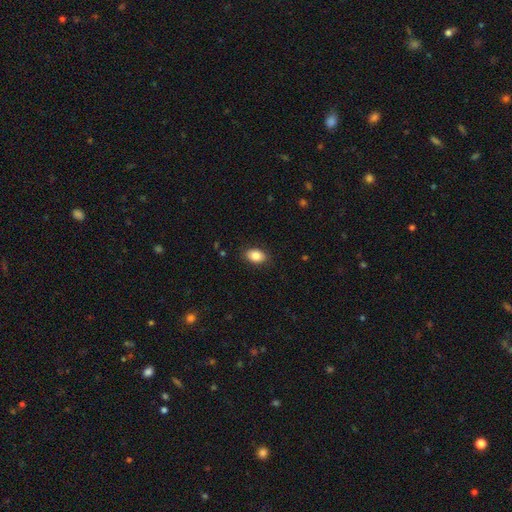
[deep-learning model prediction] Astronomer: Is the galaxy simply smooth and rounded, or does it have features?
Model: smooth — 85%.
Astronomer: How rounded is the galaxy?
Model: in between — 86%.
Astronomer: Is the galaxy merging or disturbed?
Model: none — 87%.